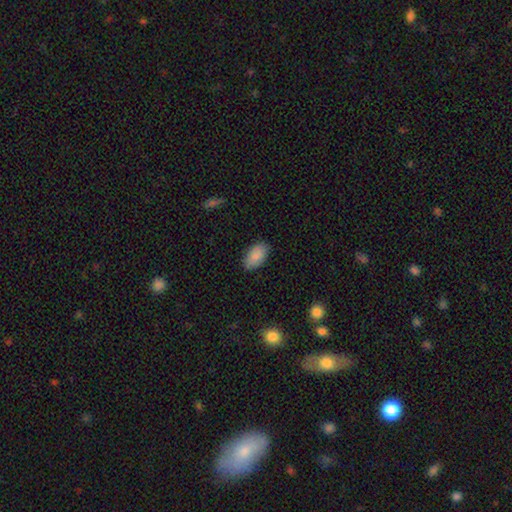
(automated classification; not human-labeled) Q: Smooth or featured?
A: smooth (87%); runner-up: star or artifact (7%)
Q: How rounded?
A: in between (94%); runner-up: round (4%)
Q: Merging?
A: none (85%); runner-up: minor disturbance (12%)